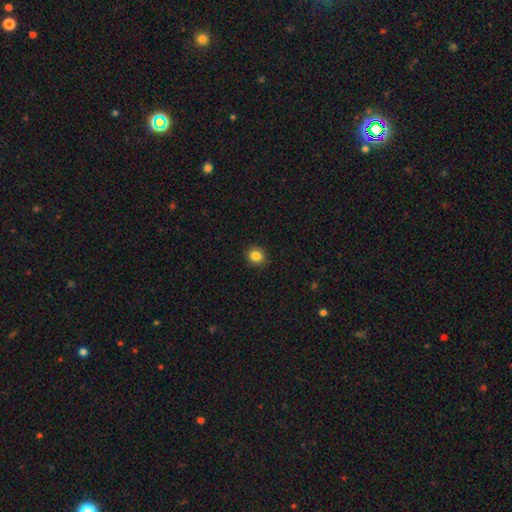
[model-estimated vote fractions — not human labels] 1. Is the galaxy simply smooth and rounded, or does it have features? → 84% smooth, 11% star or artifact, 5% featured or disk.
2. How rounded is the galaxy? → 83% round, 17% in between, 1% cigar-shaped.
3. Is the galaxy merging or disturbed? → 92% none, 6% minor disturbance, 2% major disturbance, 1% merger.